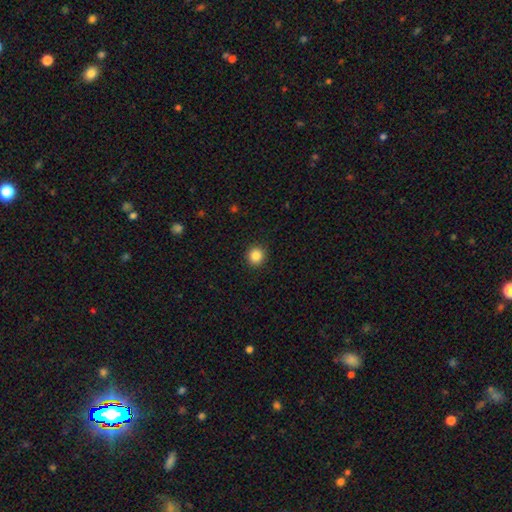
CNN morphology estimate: Smooth or featured?
  - smooth: 86% *
  - star or artifact: 10%
  - featured or disk: 4%
How rounded?
  - round: 90% *
  - in between: 9%
  - cigar-shaped: 1%
Merging?
  - none: 92% *
  - minor disturbance: 5%
  - major disturbance: 2%
  - merger: 1%